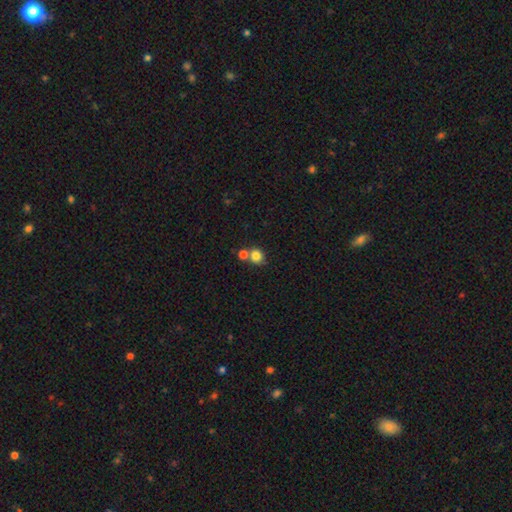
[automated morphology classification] Smooth or featured: smooth — 81% (star or artifact — 11%)
How rounded: round — 84% (in between — 15%)
Merging: none — 55% (merger — 32%)